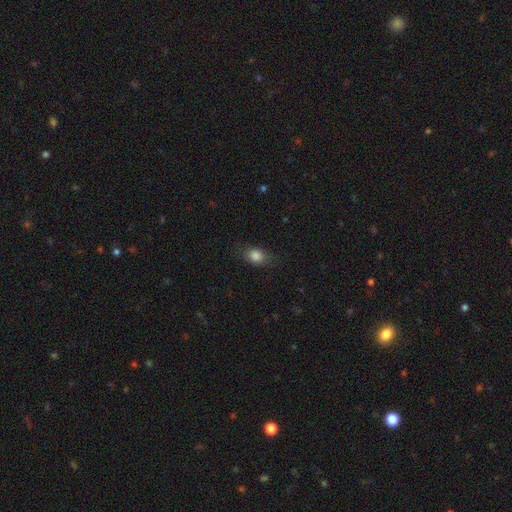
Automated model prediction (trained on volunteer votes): Q: Smooth or featured?
A: smooth (83%); runner-up: star or artifact (10%)
Q: How rounded?
A: in between (66%); runner-up: round (31%)
Q: Merging?
A: none (77%); runner-up: minor disturbance (17%)